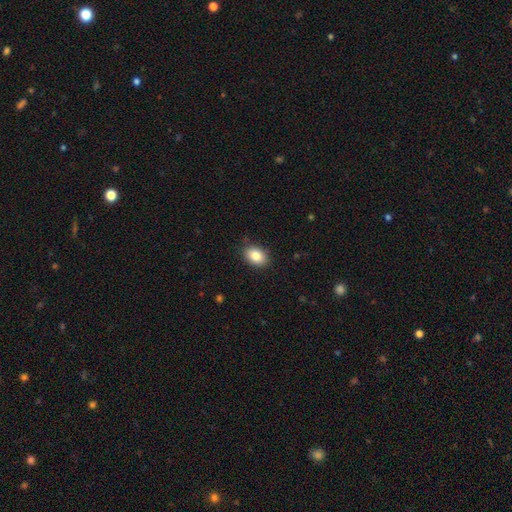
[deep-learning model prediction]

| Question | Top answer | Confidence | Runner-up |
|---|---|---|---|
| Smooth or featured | smooth | 85% | star or artifact (8%) |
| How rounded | in between | 84% | round (15%) |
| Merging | none | 87% | minor disturbance (10%) |